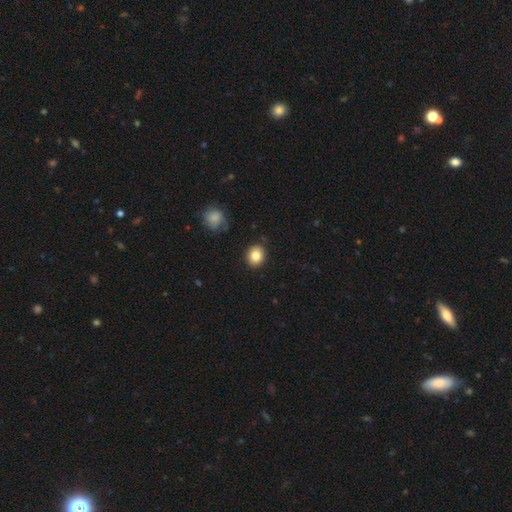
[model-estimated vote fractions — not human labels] A smooth galaxy with no disk features (84%) that is round (69%).

Vote fractions:
- Smooth or featured? smooth: 84% / star or artifact: 9% / featured or disk: 7%
- How rounded? round: 69% / in between: 30% / cigar-shaped: 1%
- Merging? none: 88% / minor disturbance: 8% / major disturbance: 2% / merger: 2%